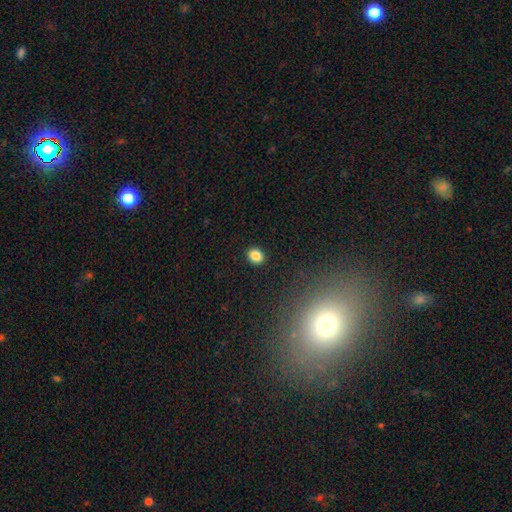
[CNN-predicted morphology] A smooth galaxy with no disk features (85%) that is round (58%).

Vote fractions:
- Smooth or featured? smooth: 85% / star or artifact: 11% / featured or disk: 4%
- How rounded? round: 58% / in between: 41% / cigar-shaped: 1%
- Merging? none: 91% / minor disturbance: 6% / major disturbance: 2% / merger: 1%